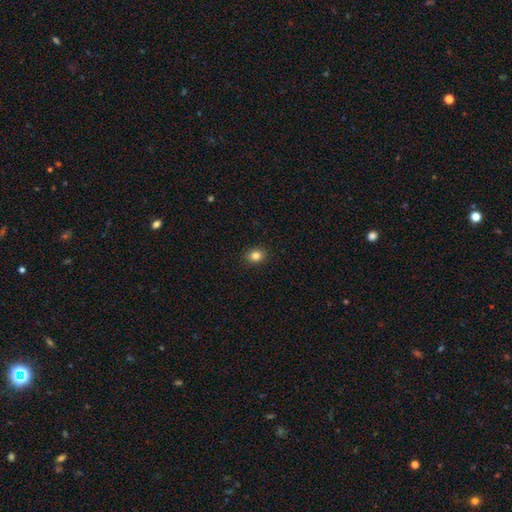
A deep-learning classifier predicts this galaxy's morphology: Smooth or featured? smooth (83%)
How rounded? in between (52%)
Merging? none (90%)